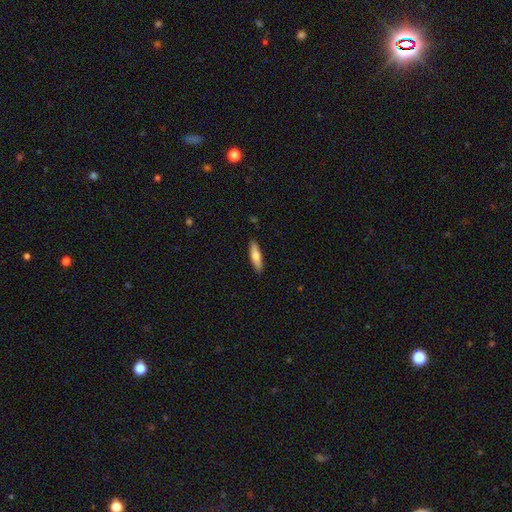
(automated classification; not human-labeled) A smooth galaxy with no disk features (73%) that is cigar-shaped (64%).

Vote fractions:
- Smooth or featured? smooth: 73% / featured or disk: 22% / star or artifact: 6%
- How rounded? cigar-shaped: 64% / in between: 34% / round: 2%
- Merging? none: 88% / minor disturbance: 9% / major disturbance: 2% / merger: 1%